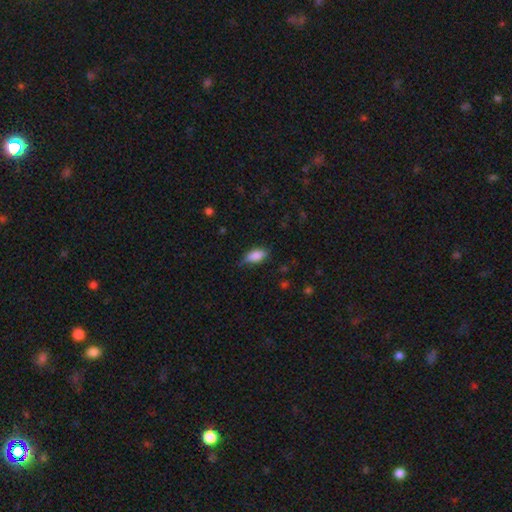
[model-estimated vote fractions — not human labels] Smooth or featured: smooth — 83% (featured or disk — 9%)
How rounded: in between — 87% (cigar-shaped — 9%)
Merging: none — 59% (minor disturbance — 32%)